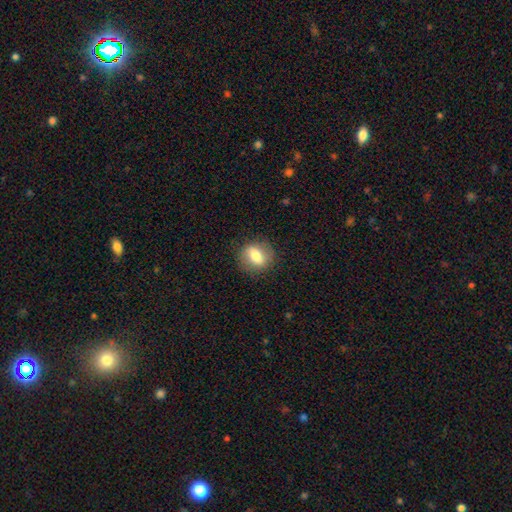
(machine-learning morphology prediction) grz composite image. It shows a smooth galaxy with no disk features (72%) that is round (58%). Merging: none (84%).